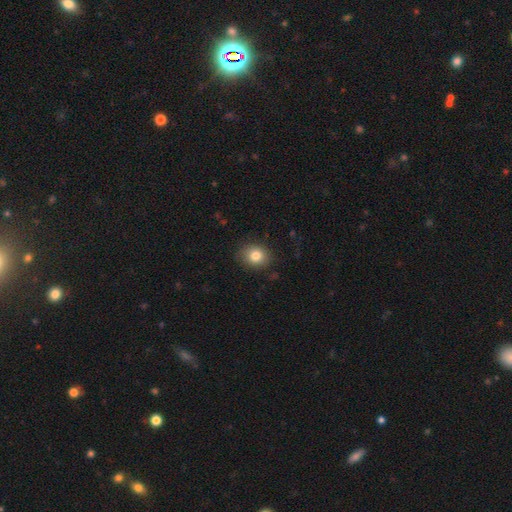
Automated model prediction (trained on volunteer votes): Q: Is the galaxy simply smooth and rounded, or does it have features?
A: smooth — 82%.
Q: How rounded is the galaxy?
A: round — 66%.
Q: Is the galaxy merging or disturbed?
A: none — 85%.